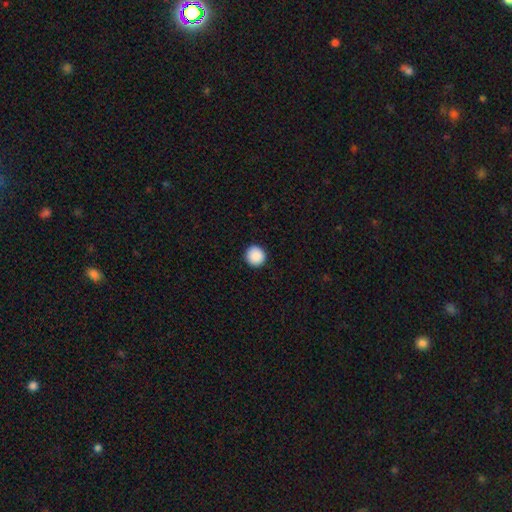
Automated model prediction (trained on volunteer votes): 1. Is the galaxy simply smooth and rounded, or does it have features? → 90% smooth, 8% star or artifact, 2% featured or disk.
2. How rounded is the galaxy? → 95% round, 4% in between, 1% cigar-shaped.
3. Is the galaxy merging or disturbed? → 93% none, 5% minor disturbance, 1% major disturbance, 1% merger.